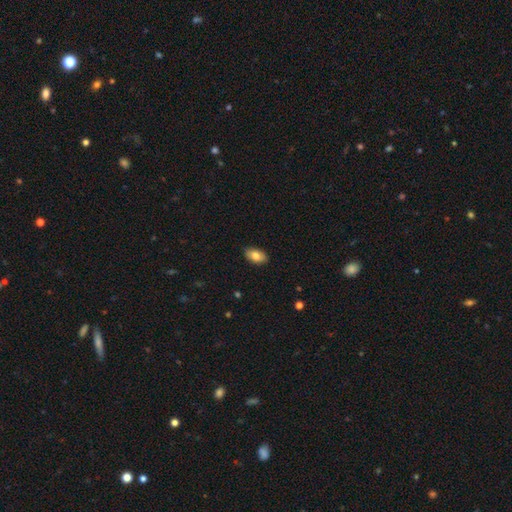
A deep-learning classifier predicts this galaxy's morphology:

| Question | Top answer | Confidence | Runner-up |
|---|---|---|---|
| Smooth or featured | smooth | 80% | featured or disk (13%) |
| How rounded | in between | 93% | round (5%) |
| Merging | none | 87% | minor disturbance (10%) |